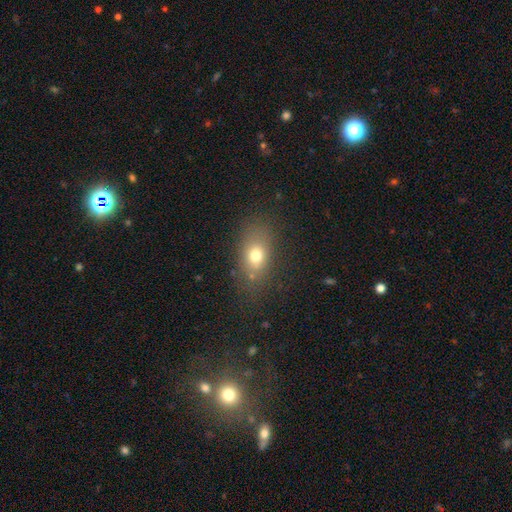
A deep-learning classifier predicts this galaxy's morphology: Overall: smooth (73%). How rounded: in between (73%). Merging: none (75%).